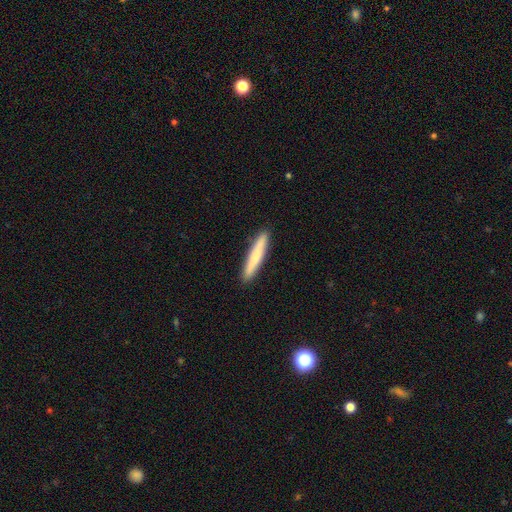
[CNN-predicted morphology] A smooth galaxy with no disk features (73%) that is cigar-shaped (94%).

Vote fractions:
- Smooth or featured? smooth: 73% / featured or disk: 22% / star or artifact: 5%
- How rounded? cigar-shaped: 94% / in between: 5% / round: 1%
- Merging? none: 92% / minor disturbance: 6% / major disturbance: 1% / merger: 1%